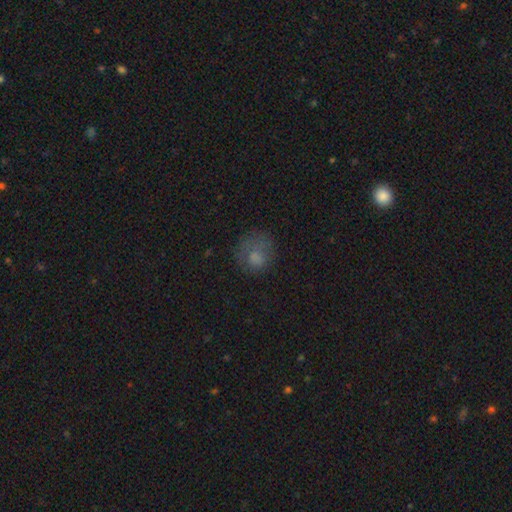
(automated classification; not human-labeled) smooth-or-featured: smooth: 70% | featured or disk: 16% | star or artifact: 14%
  how-rounded: round: 75% | in between: 24% | cigar-shaped: 1%
  merging: none: 50% | minor disturbance: 25% | major disturbance: 23% | merger: 3%